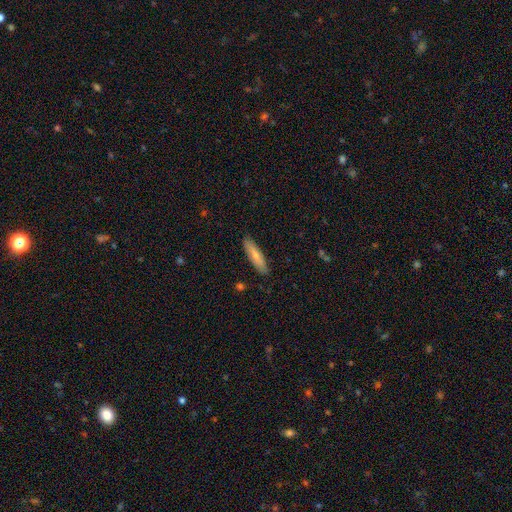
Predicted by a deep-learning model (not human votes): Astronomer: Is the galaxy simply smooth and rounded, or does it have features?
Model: smooth — 74%.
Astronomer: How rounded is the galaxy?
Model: cigar-shaped — 74%.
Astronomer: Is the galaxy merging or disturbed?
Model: none — 88%.